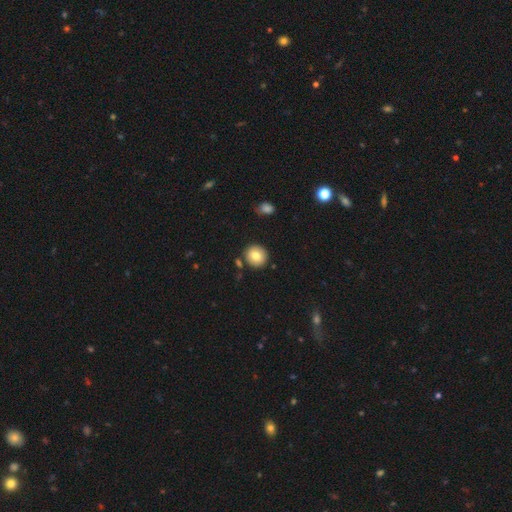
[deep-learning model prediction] Overall: smooth (80%). How rounded: round (89%). Merging: none (86%).